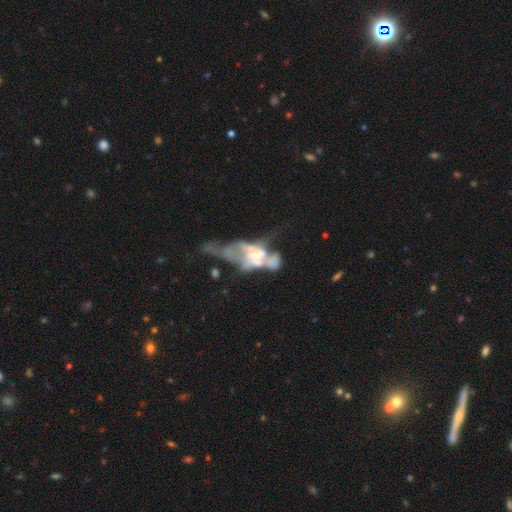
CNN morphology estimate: type=featured or disk (65%); edge-on=no (88%); bar=no (77%); spiral arms=no (83%); bulge=moderate (36%); merging=merger (46%).